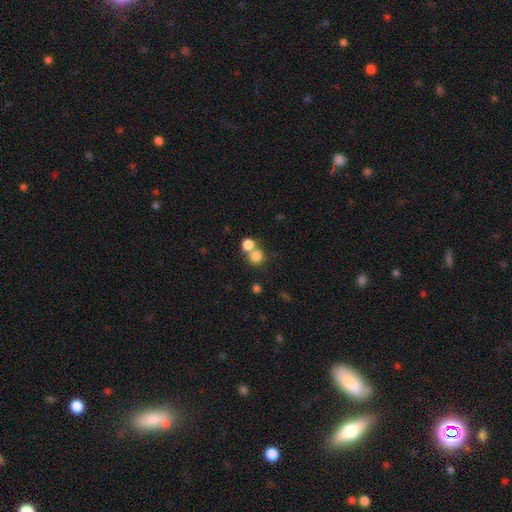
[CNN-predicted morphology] Smooth or featured? smooth (80%)
How rounded? round (82%)
Merging? merger (48%)